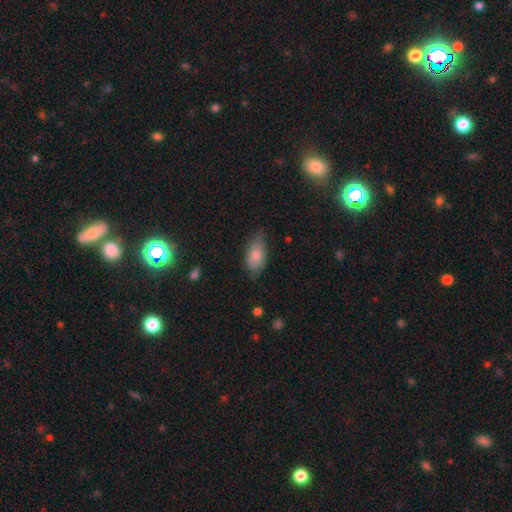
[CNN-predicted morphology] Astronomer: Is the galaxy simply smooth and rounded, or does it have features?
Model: smooth — 79%.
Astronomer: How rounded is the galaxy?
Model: in between — 92%.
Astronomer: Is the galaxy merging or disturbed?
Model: none — 63%.